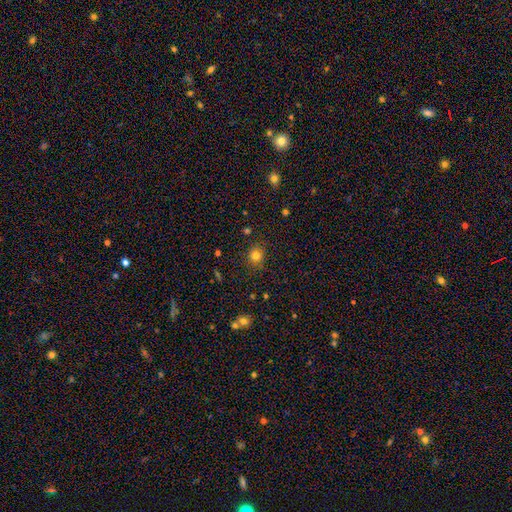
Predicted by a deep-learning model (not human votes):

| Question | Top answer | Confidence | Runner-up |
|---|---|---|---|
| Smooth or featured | smooth | 80% | star or artifact (14%) |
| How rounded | round | 82% | in between (17%) |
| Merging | none | 84% | minor disturbance (11%) |